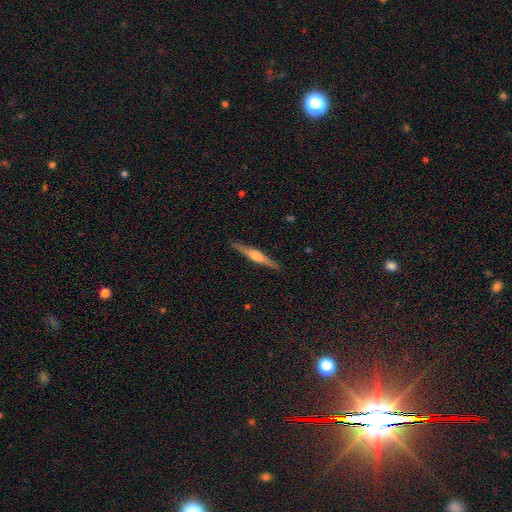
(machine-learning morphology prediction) smooth-or-featured: featured or disk: 78% | smooth: 16% | star or artifact: 5%
  disk-edge-on: yes: 98% | no: 2%
    edge-on-bulge: rounded: 83% | boxy: 12% | none: 4%
  merging: none: 92% | minor disturbance: 6% | major disturbance: 1% | merger: 1%